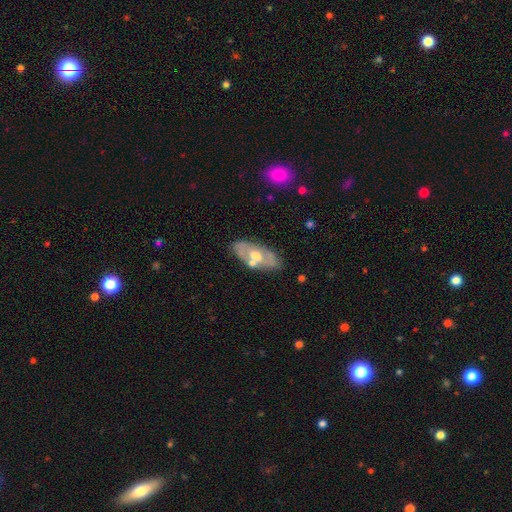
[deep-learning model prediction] Q: Smooth or featured?
A: featured or disk (62%); runner-up: smooth (32%)
Q: Edge-on disk?
A: no (84%); runner-up: yes (16%)
Q: Bar?
A: no (72%); runner-up: weak (21%)
Q: Spiral arms?
A: no (70%); runner-up: yes (30%)
Q: Bulge size?
A: moderate (74%); runner-up: small (15%)
Q: Merging?
A: none (73%); runner-up: minor disturbance (15%)